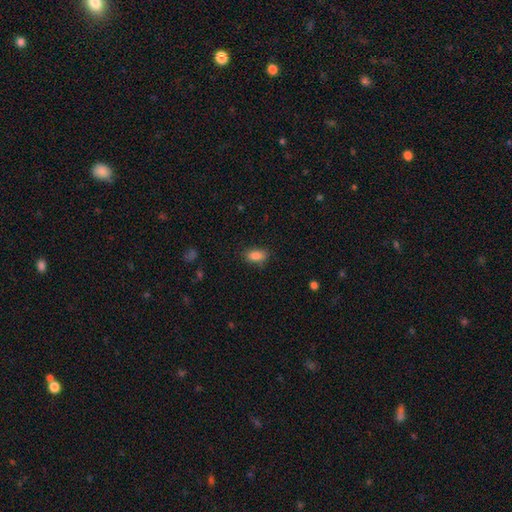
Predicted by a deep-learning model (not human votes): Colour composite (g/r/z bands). It shows a smooth galaxy with no disk features (87%) that is in between round and cigar-shaped (89%). Merging: none (82%).